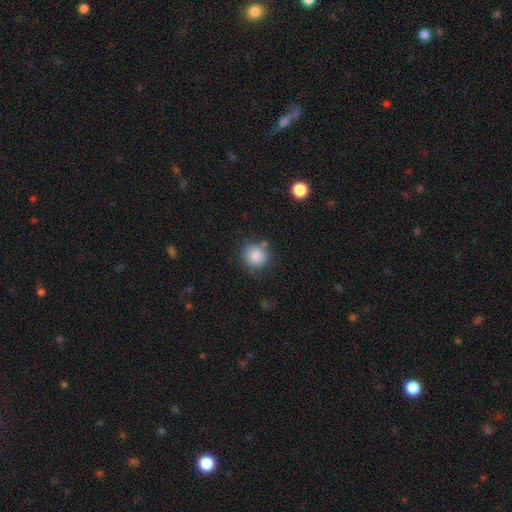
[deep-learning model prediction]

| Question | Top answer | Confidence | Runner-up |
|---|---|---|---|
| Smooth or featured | smooth | 86% | star or artifact (9%) |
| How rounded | round | 90% | in between (9%) |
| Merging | none | 77% | minor disturbance (13%) |